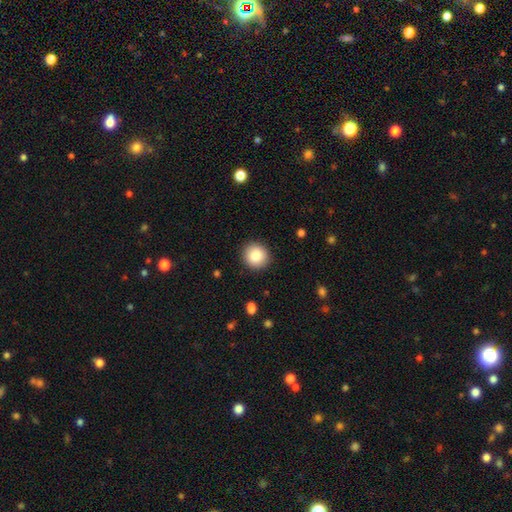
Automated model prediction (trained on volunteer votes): smooth 87%, star or artifact 8%, featured or disk 5%. Down the decision tree: how rounded — round (91%); merging — none (91%).